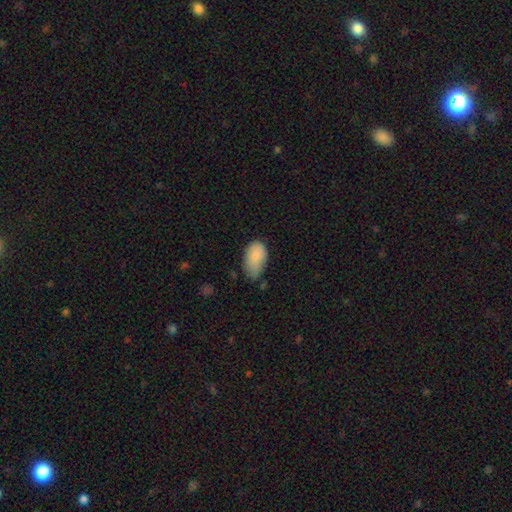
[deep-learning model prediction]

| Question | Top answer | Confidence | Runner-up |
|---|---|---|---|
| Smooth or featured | smooth | 84% | featured or disk (9%) |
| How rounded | in between | 93% | round (5%) |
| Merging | minor disturbance | 44% | none (41%) |